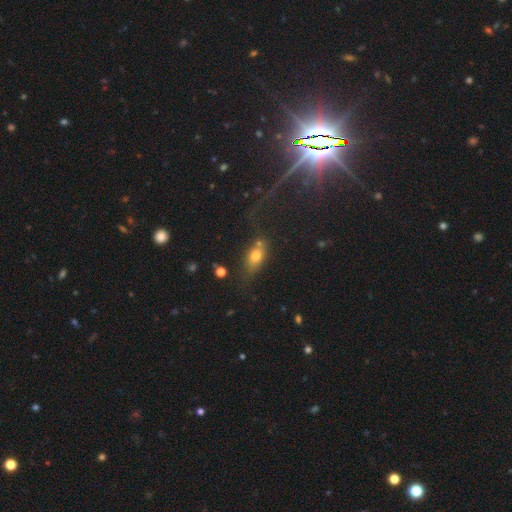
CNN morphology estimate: A smooth galaxy with no disk features (71%) that is in between round and cigar-shaped (71%). Merging: none (53%).